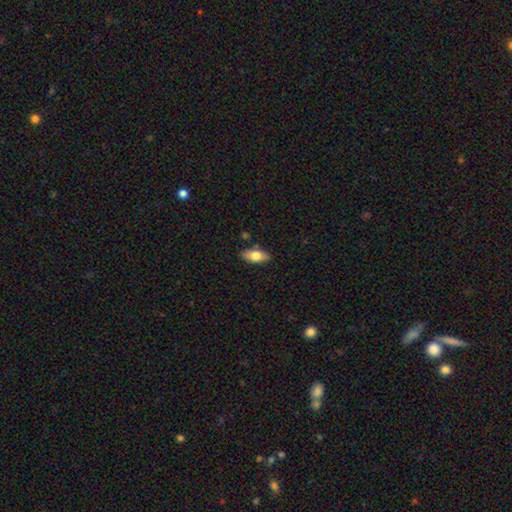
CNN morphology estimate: Q: Smooth or featured?
A: smooth (71%); runner-up: featured or disk (23%)
Q: How rounded?
A: in between (84%); runner-up: cigar-shaped (12%)
Q: Merging?
A: none (83%); runner-up: minor disturbance (12%)